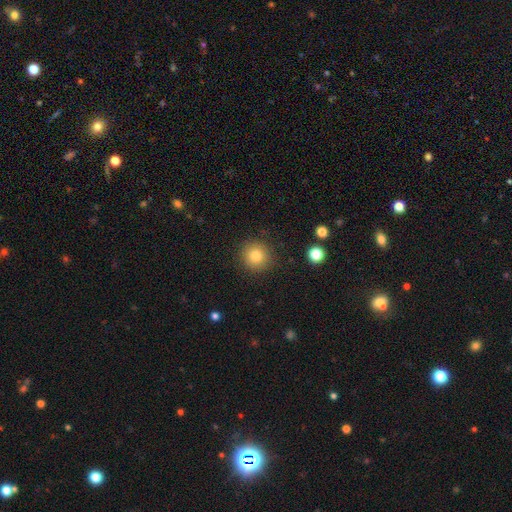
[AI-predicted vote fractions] Smooth or featured?
  - smooth: 81% *
  - star or artifact: 12%
  - featured or disk: 8%
How rounded?
  - round: 93% *
  - in between: 6%
  - cigar-shaped: 1%
Merging?
  - none: 89% *
  - minor disturbance: 7%
  - major disturbance: 2%
  - merger: 1%